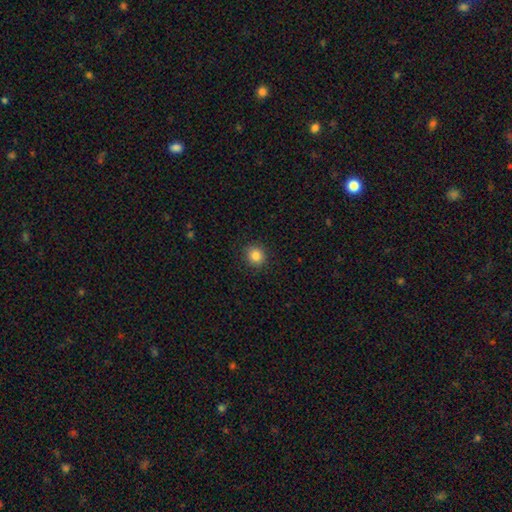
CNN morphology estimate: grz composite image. It shows a smooth galaxy with no disk features (84%) that is round (91%). Merging: none (91%).